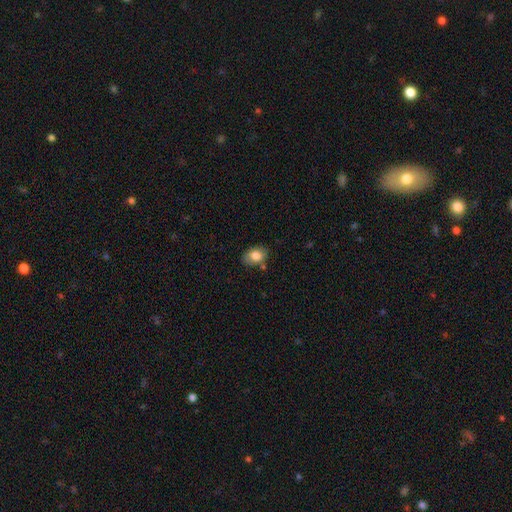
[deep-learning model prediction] Q: Smooth or featured?
A: smooth (80%); runner-up: featured or disk (13%)
Q: How rounded?
A: in between (78%); runner-up: round (21%)
Q: Merging?
A: none (74%); runner-up: minor disturbance (18%)